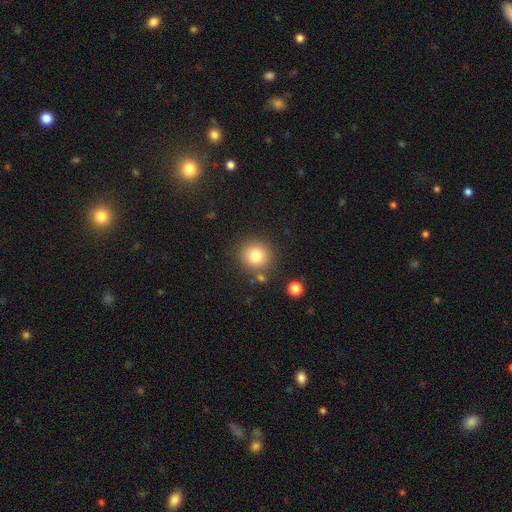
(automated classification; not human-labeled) Overall: smooth (79%). How rounded: round (91%). Merging: none (82%).